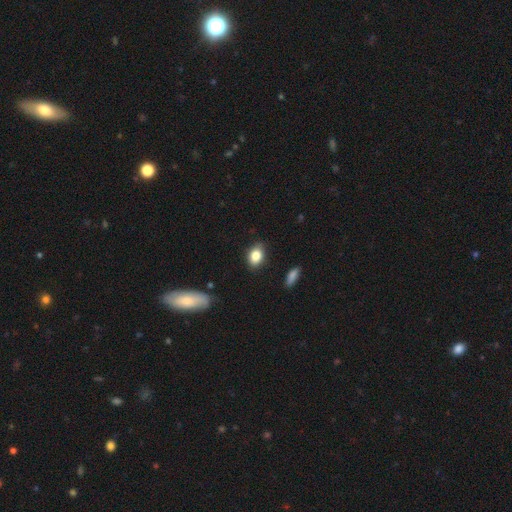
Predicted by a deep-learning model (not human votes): Smooth or featured: smooth — 83% (star or artifact — 9%)
How rounded: in between — 79% (round — 20%)
Merging: none — 82% (minor disturbance — 14%)